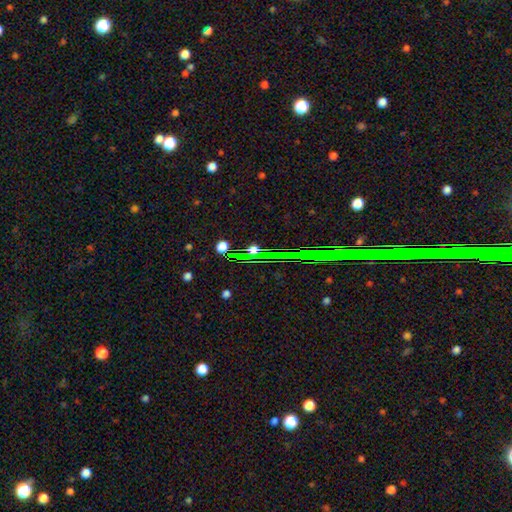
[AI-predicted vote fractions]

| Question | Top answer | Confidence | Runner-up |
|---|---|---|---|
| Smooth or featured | star or artifact | 69% | featured or disk (16%) |